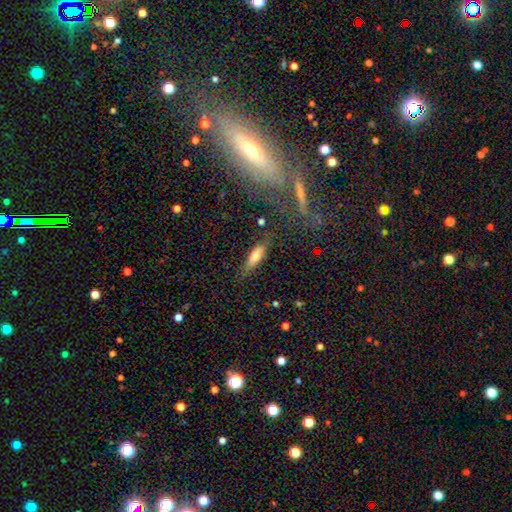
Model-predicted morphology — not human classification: Smooth or featured?
  - smooth: 65% *
  - featured or disk: 27%
  - star or artifact: 8%
How rounded?
  - cigar-shaped: 52% *
  - in between: 45%
  - round: 3%
Merging?
  - none: 74% *
  - minor disturbance: 18%
  - major disturbance: 5%
  - merger: 3%